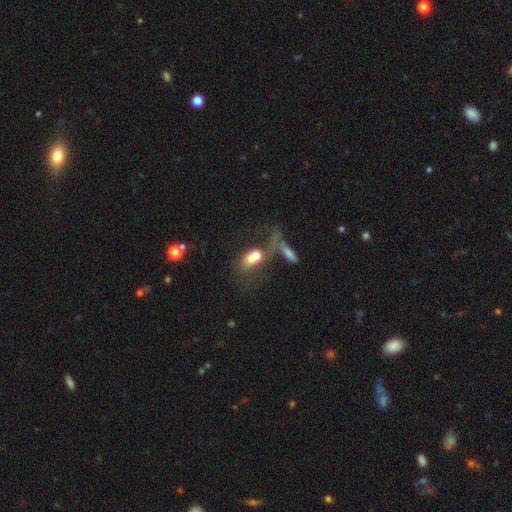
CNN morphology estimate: smooth_or_featured: smooth (p=0.60) [alt: featured or disk p=0.29]
how_rounded: in between (p=0.69) [alt: round p=0.21]
merging: merger (p=0.62) [alt: major disturbance p=0.17]